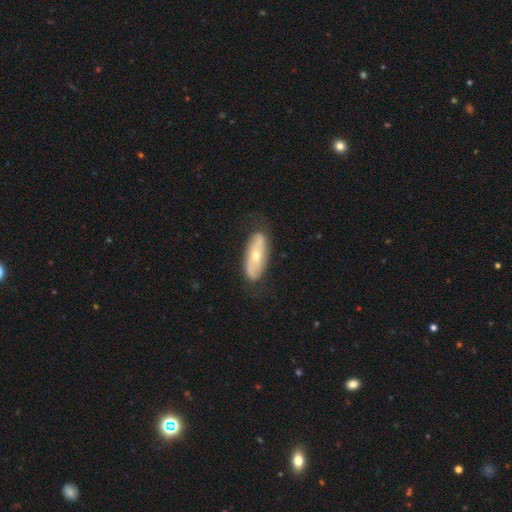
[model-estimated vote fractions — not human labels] Smooth or featured? featured or disk (58%)
Edge-on disk? no (79%)
Merging? none (74%)